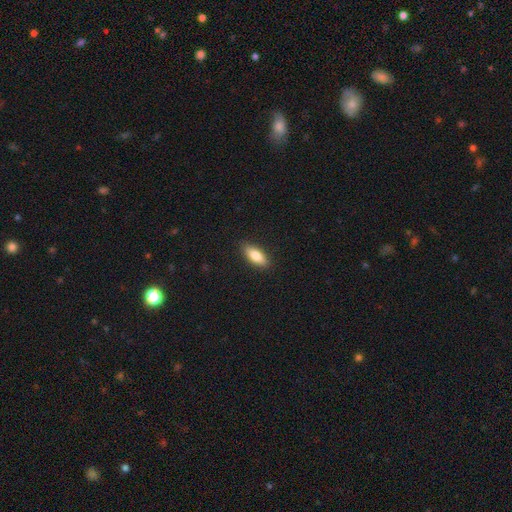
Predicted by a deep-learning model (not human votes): Morphology: type=smooth (81%); roundness=in between (71%); merging=none (89%).